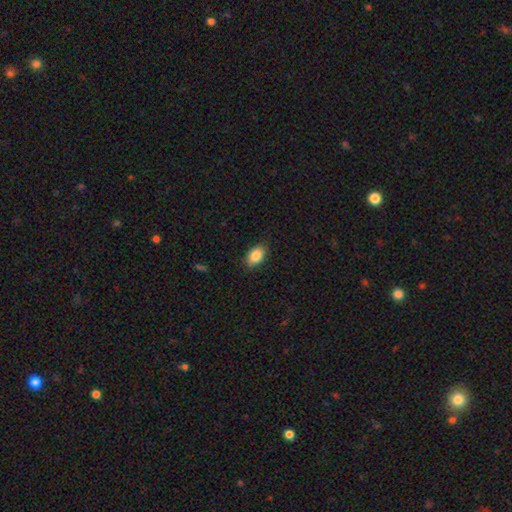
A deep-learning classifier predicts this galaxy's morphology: smooth_or_featured: smooth (p=0.87) [alt: star or artifact p=0.07]
how_rounded: in between (p=0.89) [alt: round p=0.09]
merging: none (p=0.85) [alt: minor disturbance p=0.12]